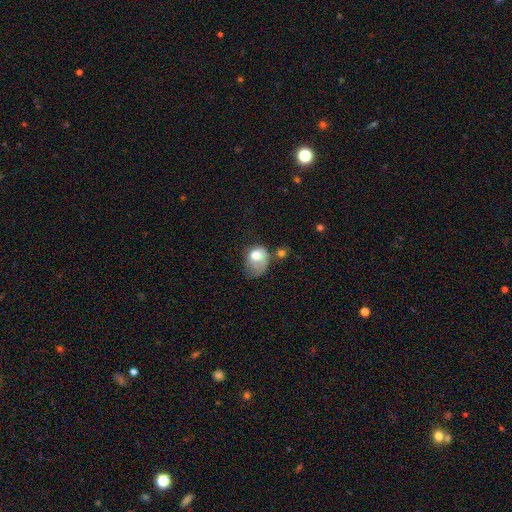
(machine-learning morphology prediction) A smooth galaxy with no disk features (69%) that is in between round and cigar-shaped (57%).

Vote fractions:
- Smooth or featured? smooth: 69% / featured or disk: 23% / star or artifact: 8%
- How rounded? in between: 57% / round: 42% / cigar-shaped: 1%
- Merging? major disturbance: 39% / minor disturbance: 29% / none: 20% / merger: 13%